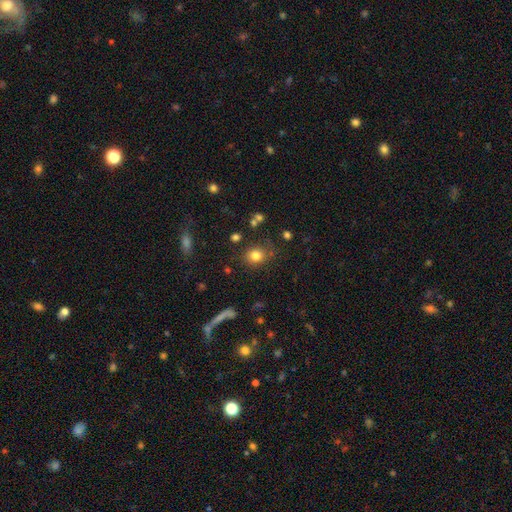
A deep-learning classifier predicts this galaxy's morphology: type=smooth (80%); roundness=round (73%); merging=none (79%).